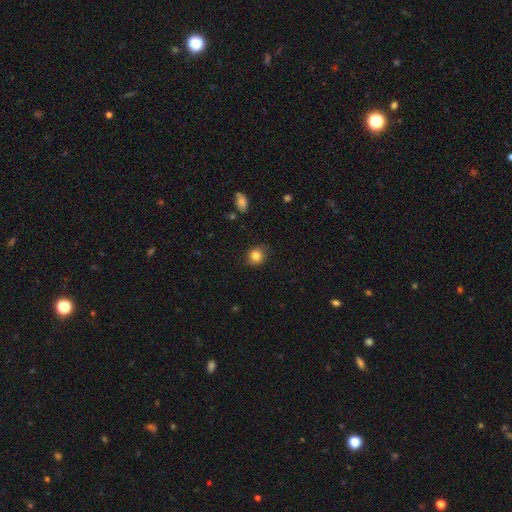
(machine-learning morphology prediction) smooth-or-featured: smooth: 82% | star or artifact: 10% | featured or disk: 8%
  how-rounded: round: 74% | in between: 25% | cigar-shaped: 1%
  merging: none: 83% | minor disturbance: 13% | major disturbance: 3% | merger: 1%